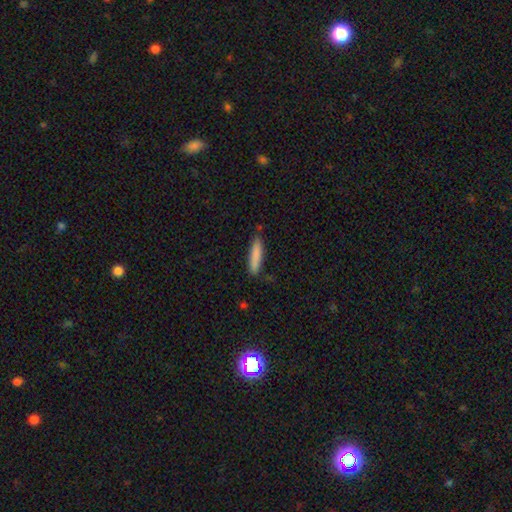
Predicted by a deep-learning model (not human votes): smooth_or_featured: smooth (p=0.84) [alt: featured or disk p=0.10]
how_rounded: cigar-shaped (p=0.85) [alt: in between p=0.14]
merging: none (p=0.82) [alt: minor disturbance p=0.14]